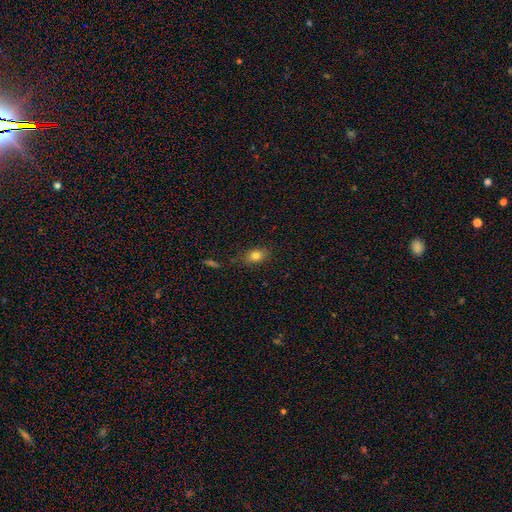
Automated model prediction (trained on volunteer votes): The model was most divided on "how rounded": in between: 78%, round: 18%, cigar-shaped: 4%. More confident: smooth or featured — smooth (80%); merging — none (78%).